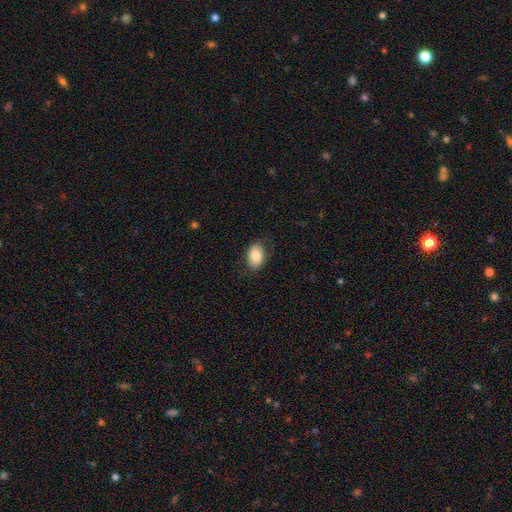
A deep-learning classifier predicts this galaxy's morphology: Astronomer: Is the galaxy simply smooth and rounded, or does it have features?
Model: smooth — 83%.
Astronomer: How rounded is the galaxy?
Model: in between — 83%.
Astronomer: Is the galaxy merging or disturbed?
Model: none — 81%.